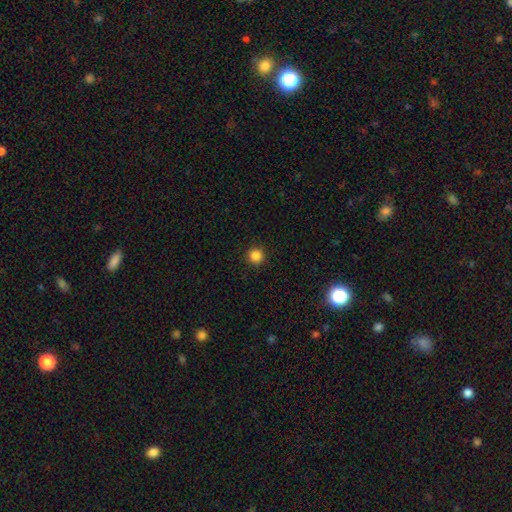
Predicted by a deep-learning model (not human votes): Overall: smooth (85%). How rounded: round (96%). Merging: none (93%).